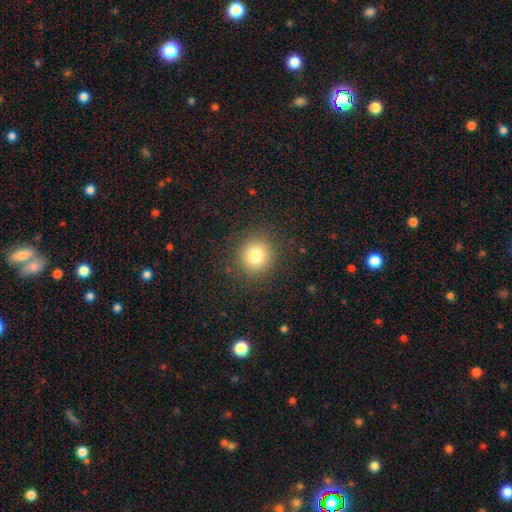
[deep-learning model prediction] Smooth or featured: smooth — 78% (star or artifact — 13%)
How rounded: round — 91% (in between — 8%)
Merging: none — 89% (minor disturbance — 7%)